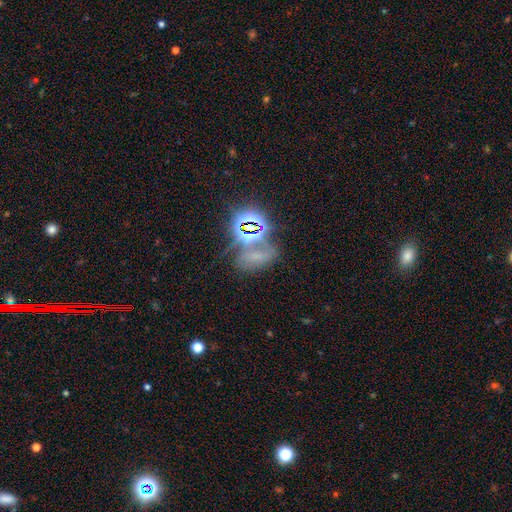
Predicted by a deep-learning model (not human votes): smooth_or_featured: star or artifact (p=0.51) [alt: smooth p=0.30]